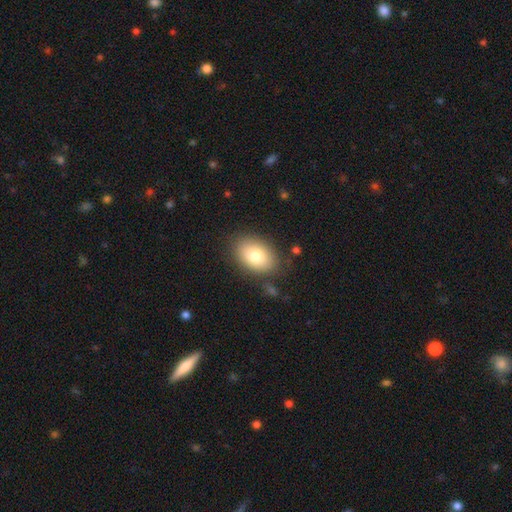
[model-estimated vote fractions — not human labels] smooth 80%, featured or disk 12%, star or artifact 8%. Down the decision tree: how rounded — in between (83%); merging — none (82%).